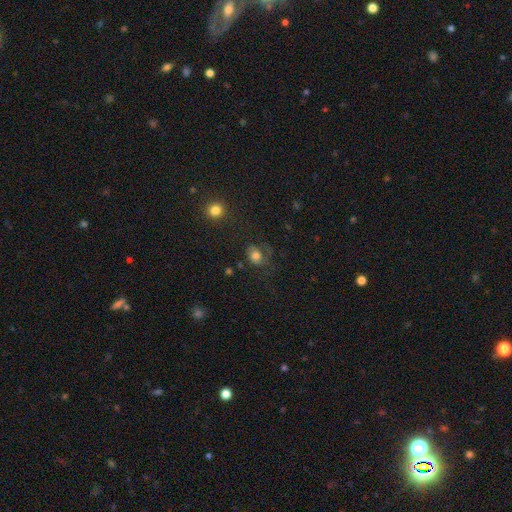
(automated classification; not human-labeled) Smooth or featured: smooth — 70% (featured or disk — 17%)
How rounded: round — 54% (in between — 45%)
Merging: none — 48% (major disturbance — 27%)